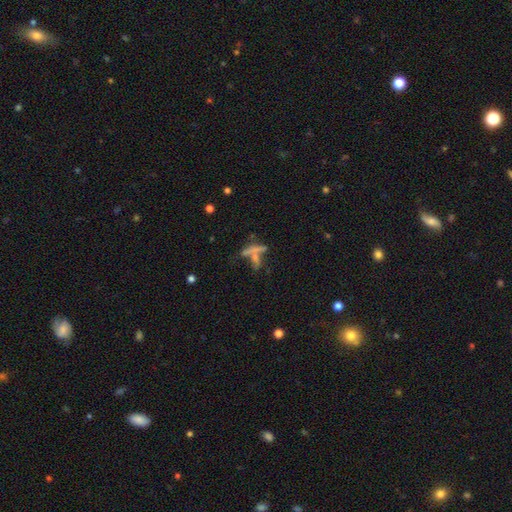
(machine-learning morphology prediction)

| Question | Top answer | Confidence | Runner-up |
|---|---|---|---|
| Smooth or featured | featured or disk | 38% | smooth (35%) |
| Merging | none | 38% | merger (33%) |